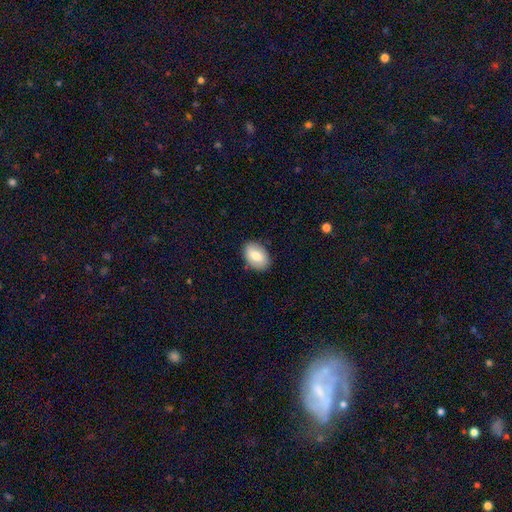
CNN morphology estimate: A smooth galaxy with no disk features (76%) that is in between round and cigar-shaped (86%).

Vote fractions:
- Smooth or featured? smooth: 76% / featured or disk: 18% / star or artifact: 7%
- How rounded? in between: 86% / round: 13% / cigar-shaped: 1%
- Merging? none: 85% / minor disturbance: 12% / major disturbance: 2% / merger: 1%